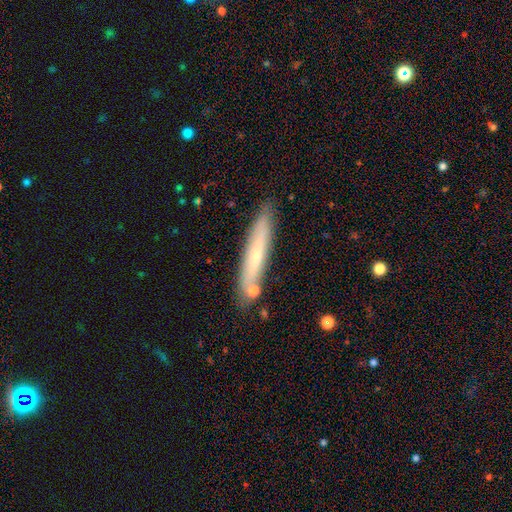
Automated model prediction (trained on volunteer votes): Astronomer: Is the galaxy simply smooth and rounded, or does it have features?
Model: smooth — 53% (runner-up: featured or disk, 40%).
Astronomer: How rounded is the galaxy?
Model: cigar-shaped — 91%.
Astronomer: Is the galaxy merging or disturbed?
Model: none — 82%.